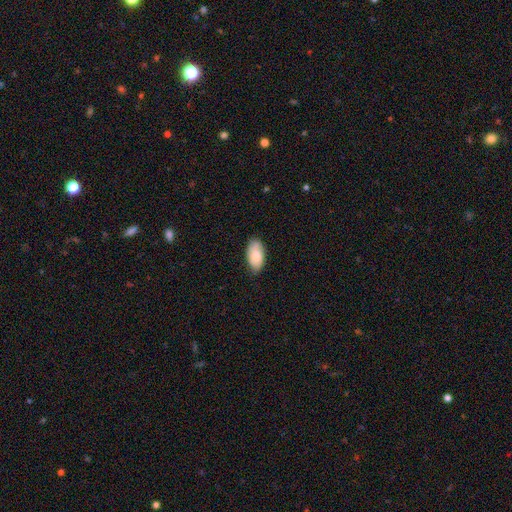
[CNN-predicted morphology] A smooth galaxy with no disk features (84%) that is in between round and cigar-shaped (95%). Merging: none (79%).